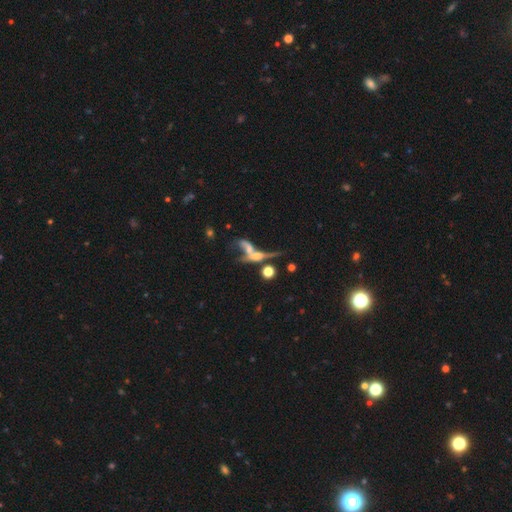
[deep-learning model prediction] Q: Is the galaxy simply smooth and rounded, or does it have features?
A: featured or disk — 51%.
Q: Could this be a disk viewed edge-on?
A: no — 60%.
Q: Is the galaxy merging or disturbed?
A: merger — 51%.